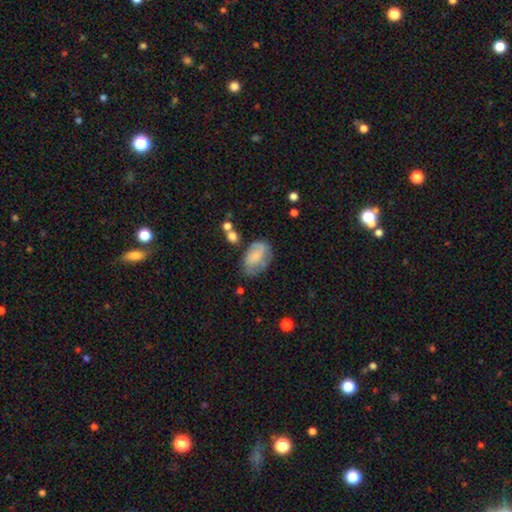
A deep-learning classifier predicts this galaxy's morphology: Smooth or featured? smooth (55%)
How rounded? in between (88%)
Merging? none (53%)